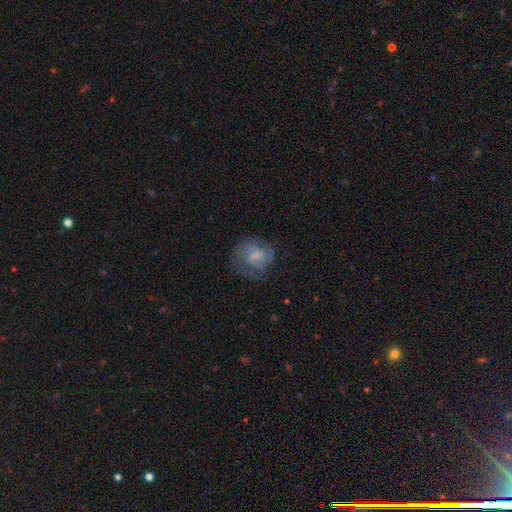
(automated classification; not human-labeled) This is possibly a featured or disk galaxy (58%). It is clearly not viewed edge-on (97%). Bar: possibly weak (50%). Spiral arm pattern: likely yes (79%). Central bulge: marginally small (43%). Merging: possibly none (54%).